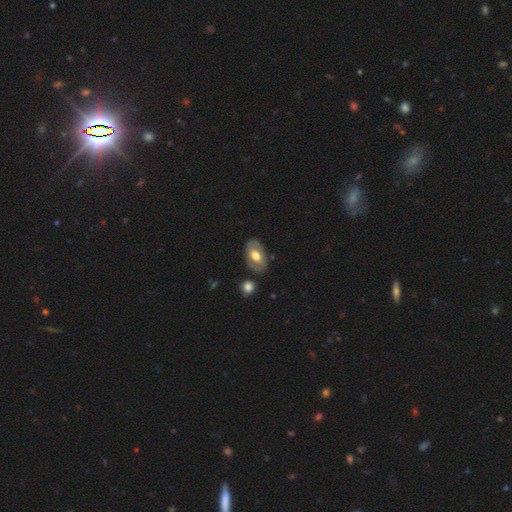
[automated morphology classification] smooth_or_featured: featured or disk (p=0.48) [alt: smooth p=0.47]
merging: none (p=0.76) [alt: minor disturbance p=0.15]